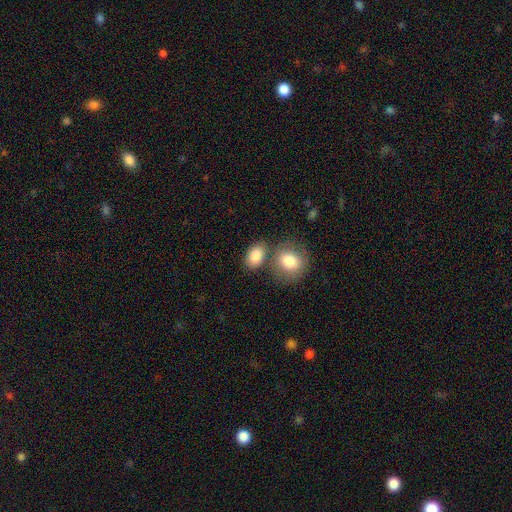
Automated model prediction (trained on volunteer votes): Overall: smooth (84%). How rounded: in between (79%). Merging: none (59%; merger 25%).